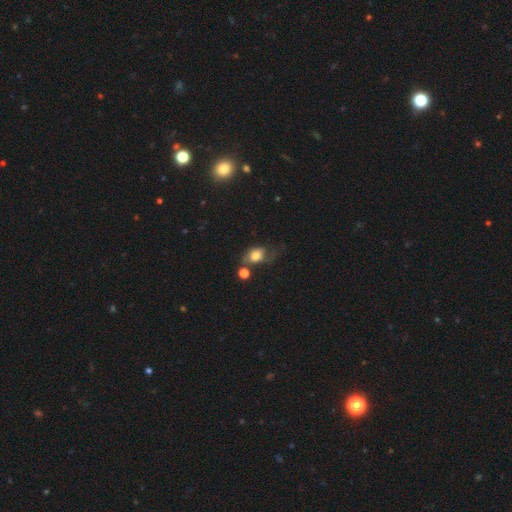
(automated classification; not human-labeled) This is likely a smooth galaxy (71%). How rounded: likely in between (61%). Merging: marginally none (37%).